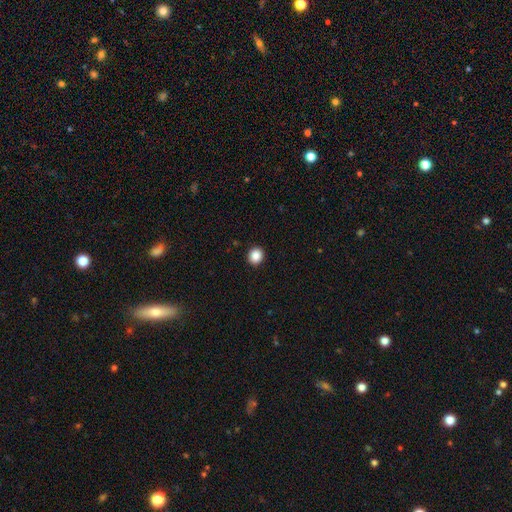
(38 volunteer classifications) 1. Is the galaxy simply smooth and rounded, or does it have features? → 92% smooth, 5% star or artifact, 3% featured or disk.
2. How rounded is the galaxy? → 66% round, 34% in between, 0% cigar-shaped.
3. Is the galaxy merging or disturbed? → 86% none, 11% minor disturbance, 3% merger, 0% major disturbance.